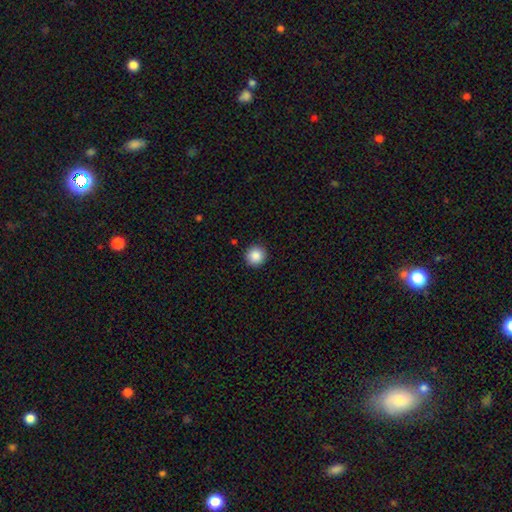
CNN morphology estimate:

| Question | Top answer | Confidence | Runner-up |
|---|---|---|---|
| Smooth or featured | smooth | 87% | star or artifact (9%) |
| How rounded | round | 95% | in between (4%) |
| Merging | none | 92% | minor disturbance (5%) |